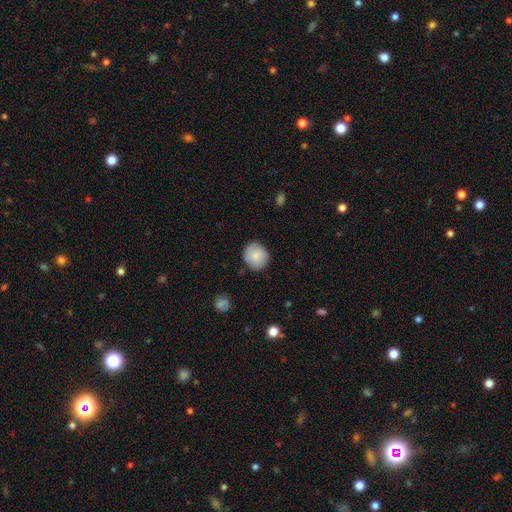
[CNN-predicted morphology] Overall: smooth (75%). How rounded: round (84%). Merging: none (79%).